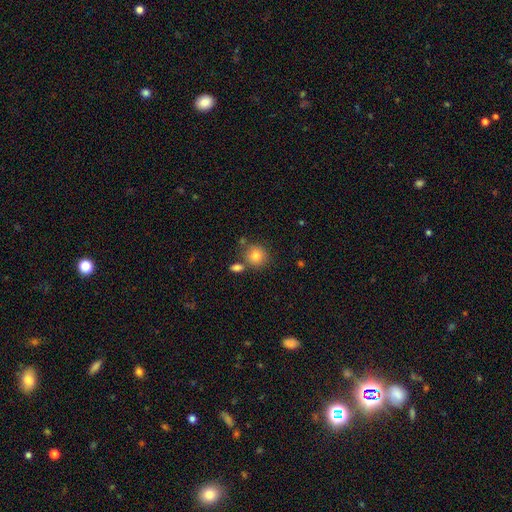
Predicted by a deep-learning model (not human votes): Smooth or featured? Predicted: smooth (p=0.81). How rounded? Predicted: round (p=0.87). Merging? Predicted: none (p=0.71).